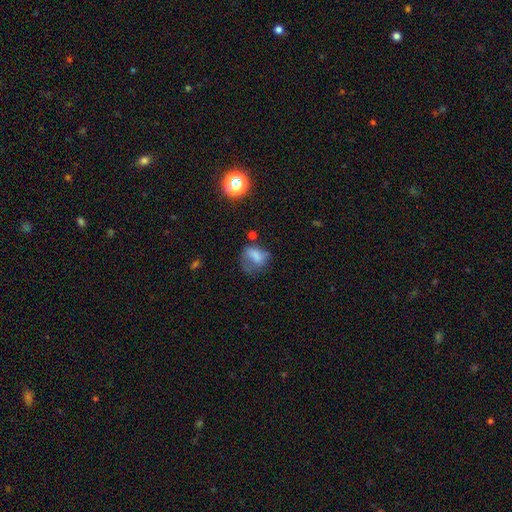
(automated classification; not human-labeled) Smooth or featured?
  - smooth: 66% *
  - featured or disk: 20%
  - star or artifact: 15%
How rounded?
  - in between: 57% *
  - round: 41%
  - cigar-shaped: 2%
Merging?
  - major disturbance: 33% *
  - none: 32%
  - minor disturbance: 28%
  - merger: 7%